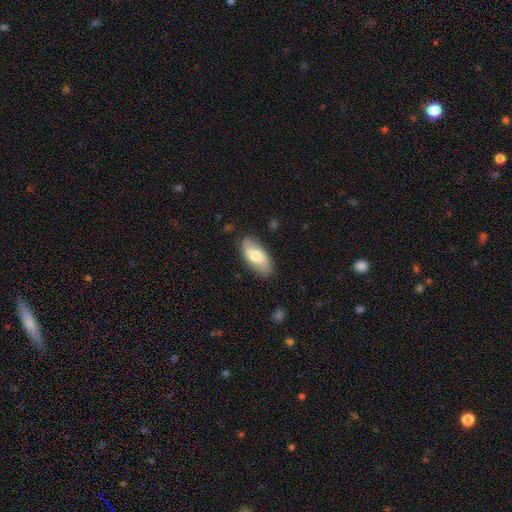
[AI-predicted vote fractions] This appears to be a smooth galaxy with no disk features (64%) that is in between round and cigar-shaped (90%). Merging: none (83%).